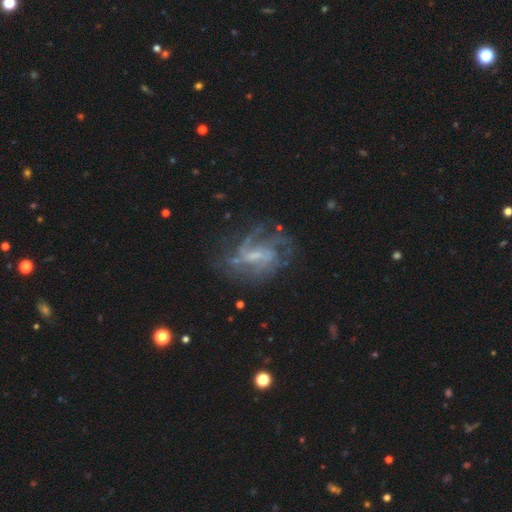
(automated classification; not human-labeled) Smooth or featured: featured or disk — 83% (star or artifact — 9%)
Edge-on disk: no — 97% (yes — 3%)
Bar: weak — 52% (no — 25%)
Spiral arms: yes — 91% (no — 9%)
Spiral winding: medium — 46% (tight — 29%)
Spiral arm count: can't tell — 30% (2 — 22%)
Bulge size: small — 47% (none — 26%)
Merging: none — 62% (major disturbance — 18%)